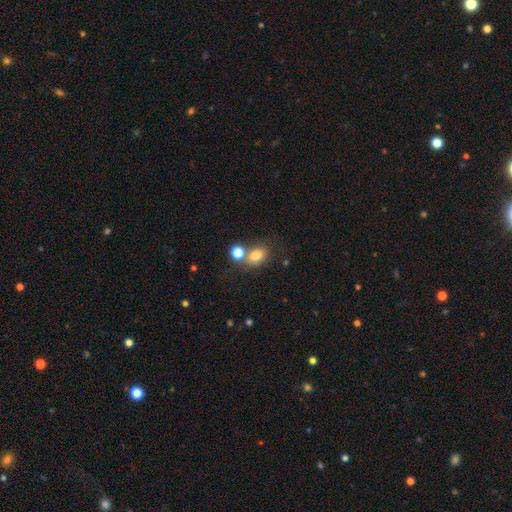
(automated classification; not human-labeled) smooth_or_featured: smooth (p=0.77) [alt: star or artifact p=0.13]
how_rounded: in between (p=0.60) [alt: round p=0.39]
merging: none (p=0.53) [alt: merger p=0.29]